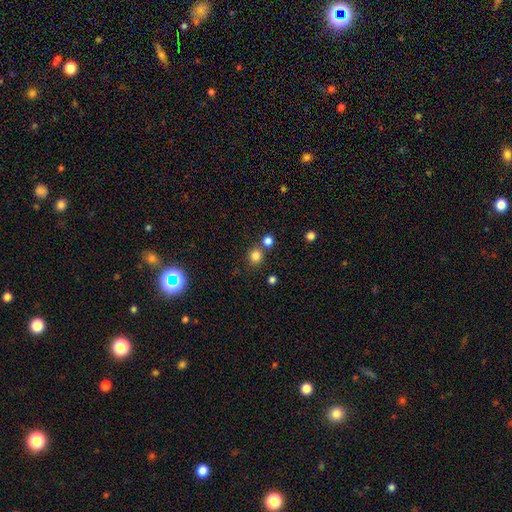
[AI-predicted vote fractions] smooth_or_featured: smooth (p=0.81) [alt: star or artifact p=0.14]
how_rounded: round (p=0.87) [alt: in between p=0.12]
merging: none (p=0.72) [alt: merger p=0.17]